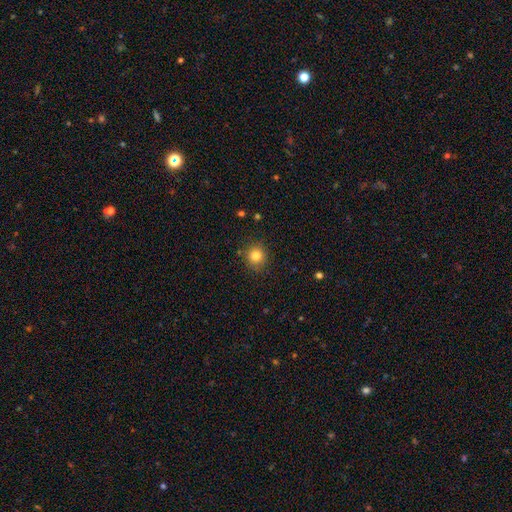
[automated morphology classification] Q: Smooth or featured?
A: smooth (83%); runner-up: star or artifact (12%)
Q: How rounded?
A: round (90%); runner-up: in between (9%)
Q: Merging?
A: none (87%); runner-up: minor disturbance (8%)